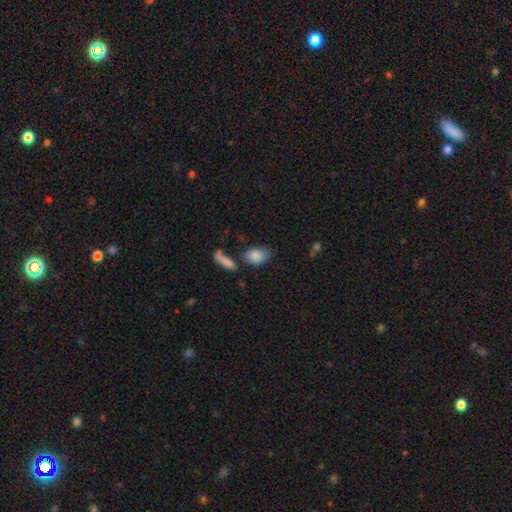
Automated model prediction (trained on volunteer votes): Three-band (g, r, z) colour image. It shows a smooth galaxy with no disk features (84%) that is in between round and cigar-shaped (82%). Merging: none (61%).